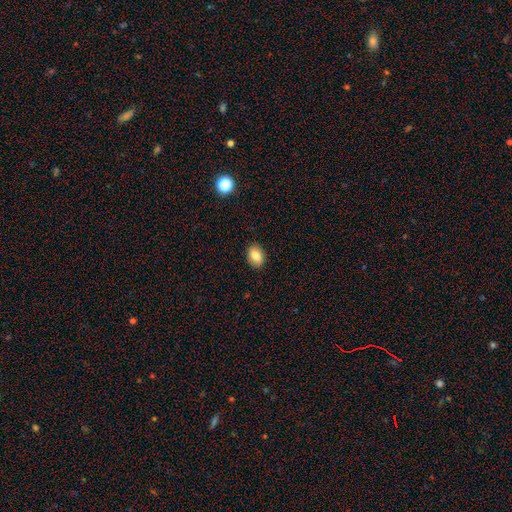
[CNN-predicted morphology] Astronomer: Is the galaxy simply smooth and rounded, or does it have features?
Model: smooth — 82%.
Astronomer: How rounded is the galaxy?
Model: in between — 74%.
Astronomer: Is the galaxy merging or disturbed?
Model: none — 89%.